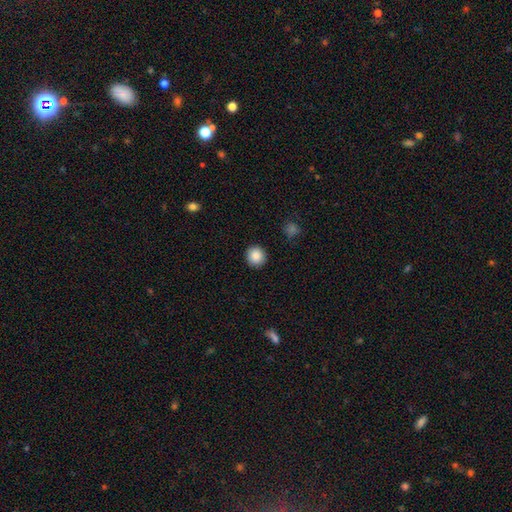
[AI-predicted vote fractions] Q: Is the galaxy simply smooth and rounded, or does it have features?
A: smooth — 88%.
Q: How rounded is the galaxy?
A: round — 92%.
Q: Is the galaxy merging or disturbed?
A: none — 92%.